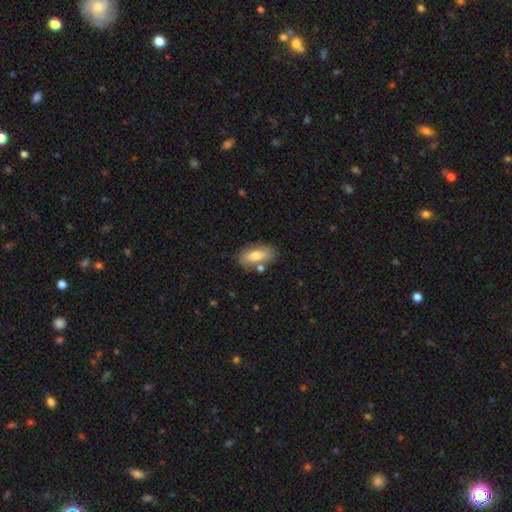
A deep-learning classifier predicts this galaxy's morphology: type=smooth (67%); roundness=in between (81%); merging=none (75%).